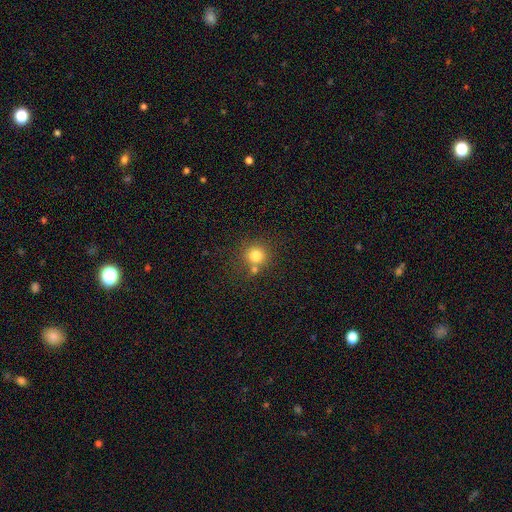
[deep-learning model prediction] A smooth galaxy with no disk features (79%) that is round (91%).

Vote fractions:
- Smooth or featured? smooth: 79% / star or artifact: 13% / featured or disk: 8%
- How rounded? round: 91% / in between: 8% / cigar-shaped: 1%
- Merging? none: 67% / merger: 20% / minor disturbance: 10% / major disturbance: 3%